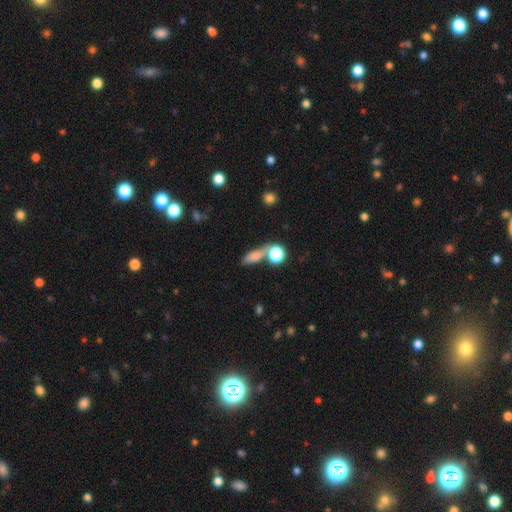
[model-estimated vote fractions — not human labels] This is likely a smooth galaxy (72%). How rounded: possibly in between (49%). Merging: possibly none (50%).